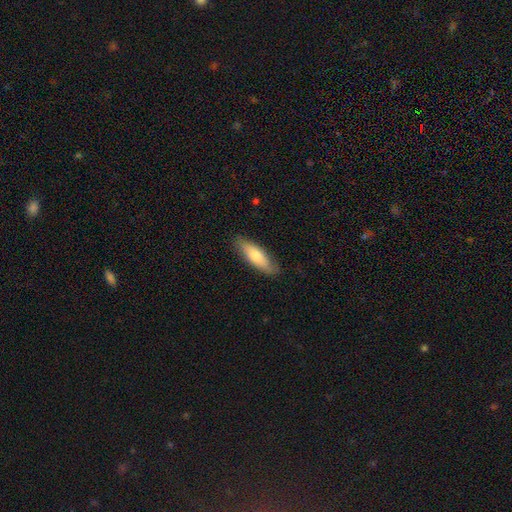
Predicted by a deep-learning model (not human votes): Morphology: type=smooth (73%); roundness=in between (53%); merging=none (84%).